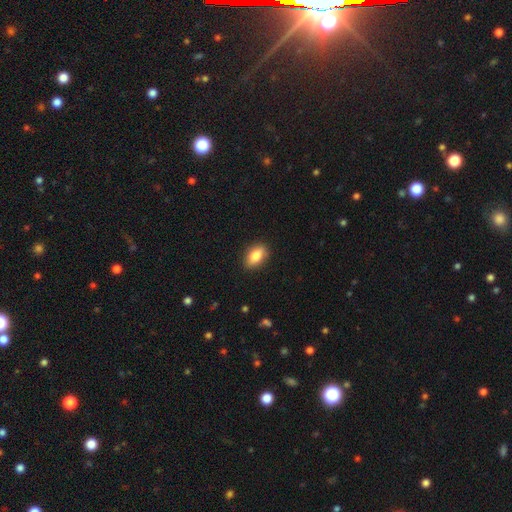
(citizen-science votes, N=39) This is likely a smooth galaxy (69%). How rounded: clearly in between (85%). Merging: clearly none (86%).